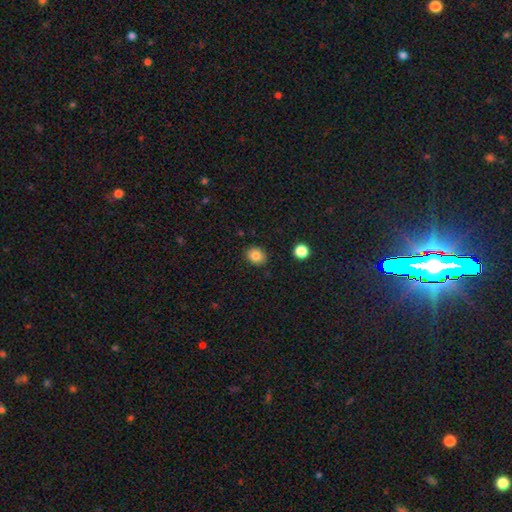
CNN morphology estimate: smooth-or-featured: smooth: 84% | star or artifact: 10% | featured or disk: 6%
  how-rounded: round: 63% | in between: 36% | cigar-shaped: 1%
  merging: none: 87% | minor disturbance: 9% | major disturbance: 2% | merger: 2%